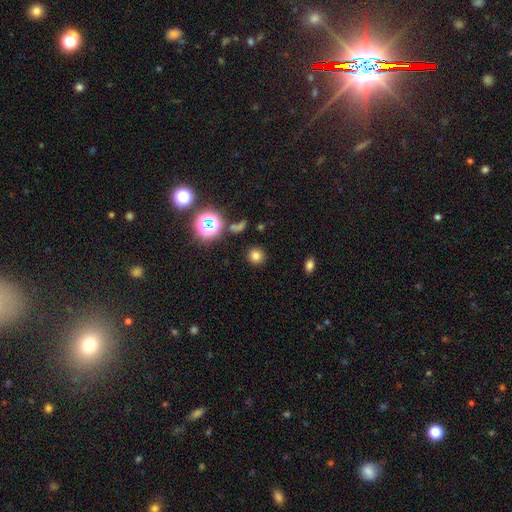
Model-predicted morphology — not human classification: Q: Smooth or featured?
A: smooth (74%); runner-up: star or artifact (19%)
Q: How rounded?
A: round (92%); runner-up: in between (7%)
Q: Merging?
A: none (88%); runner-up: minor disturbance (7%)